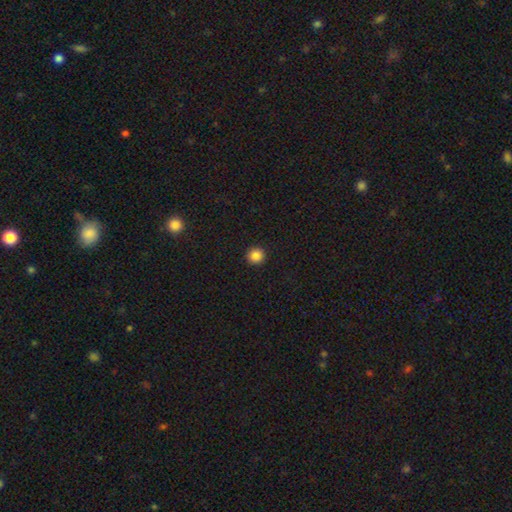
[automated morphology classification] A smooth galaxy with no disk features (86%) that is round (94%).

Vote fractions:
- Smooth or featured? smooth: 86% / star or artifact: 11% / featured or disk: 4%
- How rounded? round: 94% / in between: 5% / cigar-shaped: 1%
- Merging? none: 94% / minor disturbance: 4% / major disturbance: 2% / merger: 1%